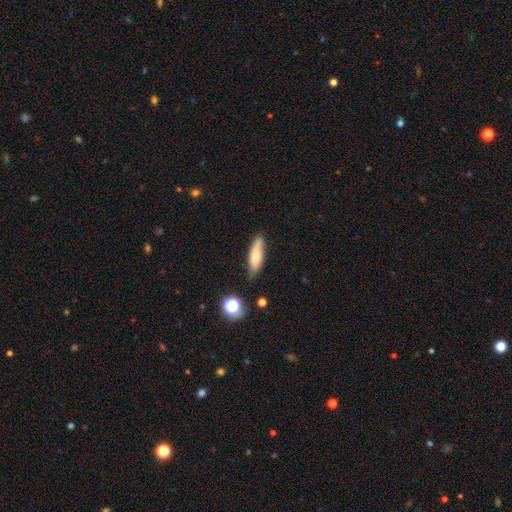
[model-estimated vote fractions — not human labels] This appears to be a smooth galaxy with no disk features (69%) that is cigar-shaped (59%). Merging: none (76%).